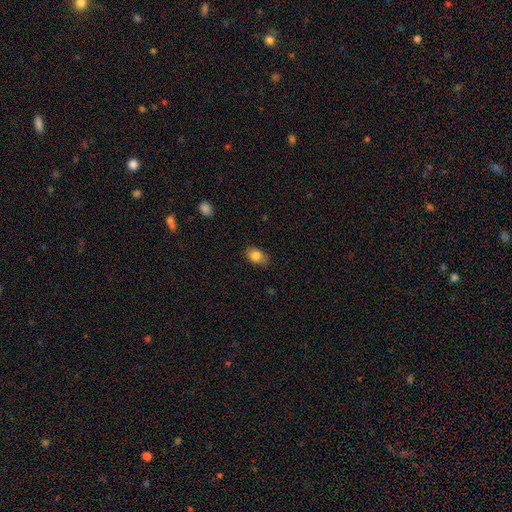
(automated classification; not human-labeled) Smooth or featured? smooth (84%)
How rounded? in between (74%)
Merging? none (76%)